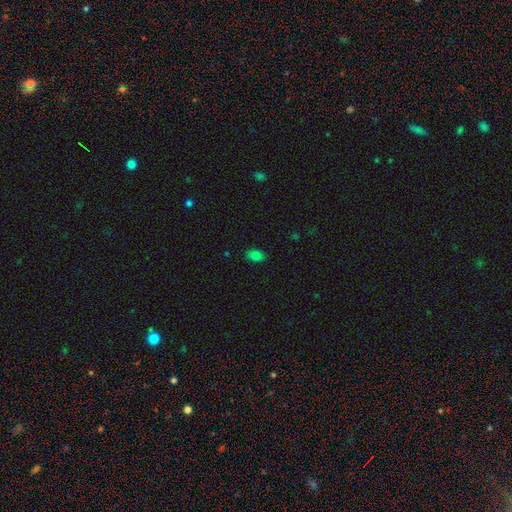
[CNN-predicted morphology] smooth 80%, star or artifact 13%, featured or disk 7%. Down the decision tree: how rounded — in between (78%); merging — none (86%).